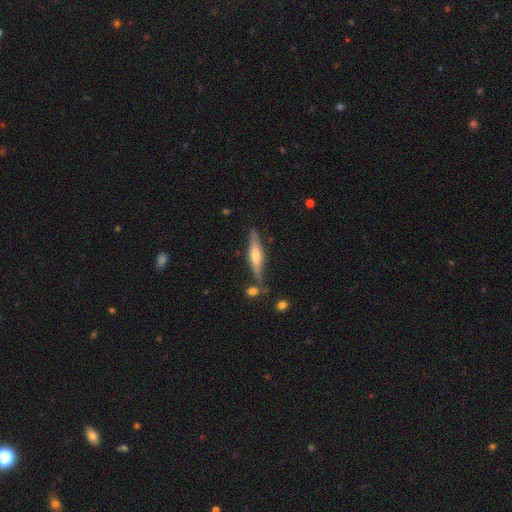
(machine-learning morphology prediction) This is likely a featured or disk galaxy (63%). It is clearly viewed edge-on (95%). Edge-on bulge: clearly rounded (84%). Merging: likely none (78%).